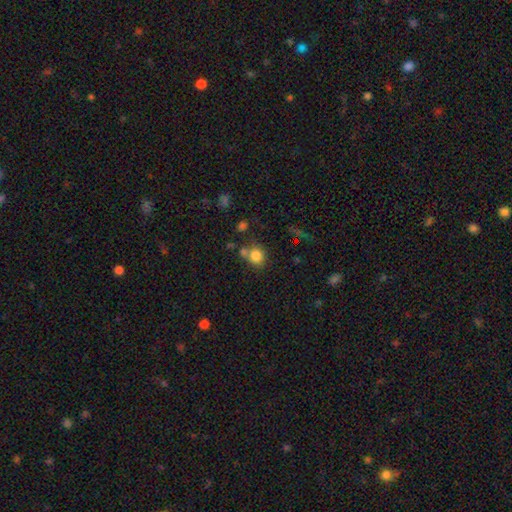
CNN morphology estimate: Smooth or featured?
  - smooth: 81% *
  - star or artifact: 12%
  - featured or disk: 7%
How rounded?
  - round: 81% *
  - in between: 18%
  - cigar-shaped: 1%
Merging?
  - none: 62% *
  - merger: 21%
  - minor disturbance: 12%
  - major disturbance: 5%